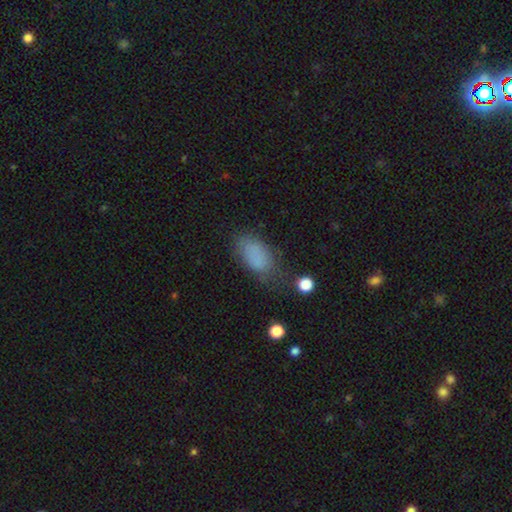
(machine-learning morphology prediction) smooth 81%, star or artifact 11%, featured or disk 8%. Down the decision tree: how rounded — in between (90%); merging — none (59%).